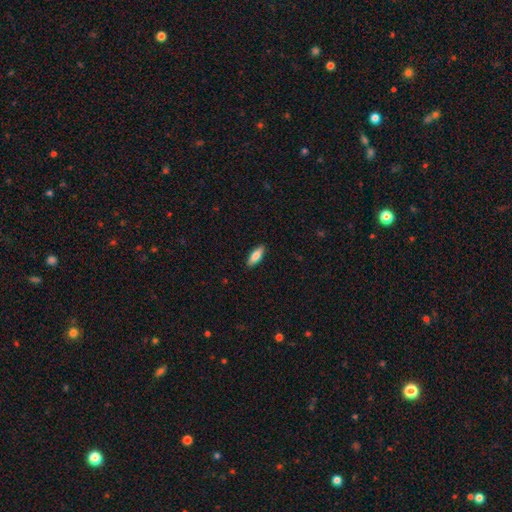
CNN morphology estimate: Smooth or featured? Predicted: smooth (p=0.80). How rounded? Predicted: in between (p=0.67). Merging? Predicted: none (p=0.90).